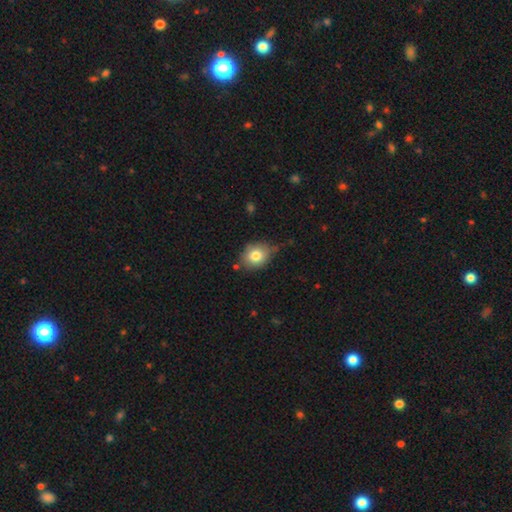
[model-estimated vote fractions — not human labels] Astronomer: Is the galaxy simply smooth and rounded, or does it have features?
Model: smooth — 79%.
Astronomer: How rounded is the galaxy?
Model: in between — 51% (runner-up: round, 48%).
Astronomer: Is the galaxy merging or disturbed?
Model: none — 65%.